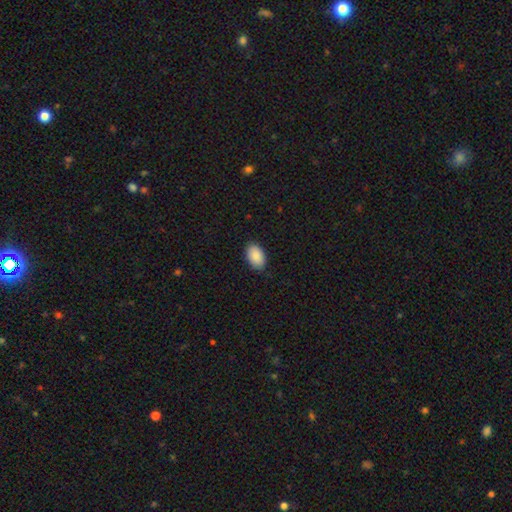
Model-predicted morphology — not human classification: The model was most divided on "merging": none: 87%, minor disturbance: 10%, major disturbance: 2%, merger: 1%. More confident: how rounded — in between (92%); smooth or featured — smooth (90%).